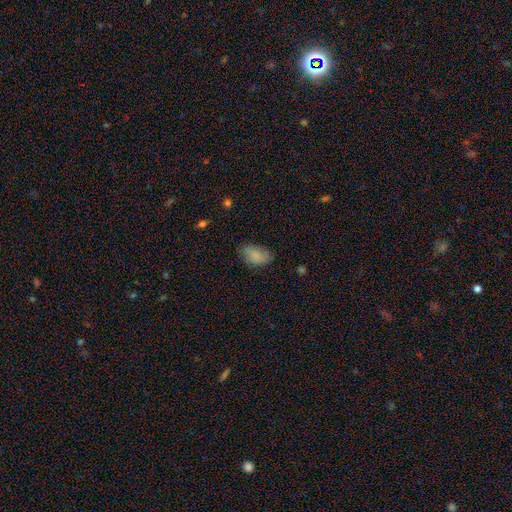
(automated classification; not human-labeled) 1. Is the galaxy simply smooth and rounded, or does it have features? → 83% smooth, 9% featured or disk, 8% star or artifact.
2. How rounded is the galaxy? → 92% in between, 6% round, 2% cigar-shaped.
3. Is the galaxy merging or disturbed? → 66% none, 26% minor disturbance, 7% major disturbance, 1% merger.